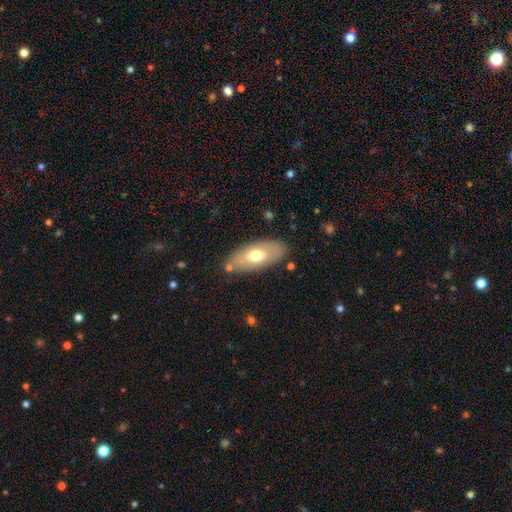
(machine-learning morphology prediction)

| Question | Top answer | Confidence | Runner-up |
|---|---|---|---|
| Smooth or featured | smooth | 59% | featured or disk (35%) |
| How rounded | in between | 86% | cigar-shaped (11%) |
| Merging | none | 81% | minor disturbance (13%) |